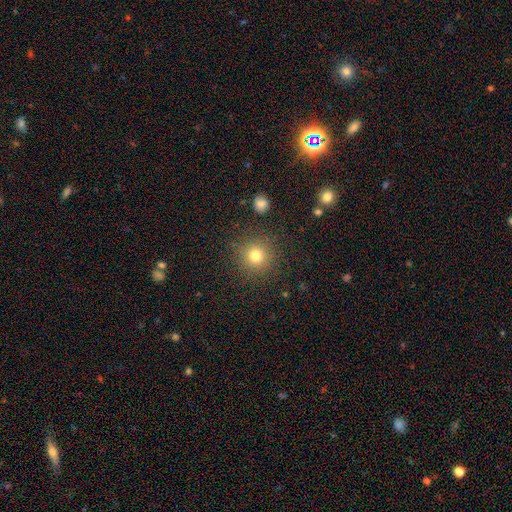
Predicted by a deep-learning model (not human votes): smooth-or-featured: smooth: 78% | star or artifact: 14% | featured or disk: 7%
  how-rounded: round: 95% | in between: 4% | cigar-shaped: 1%
  merging: none: 89% | minor disturbance: 7% | major disturbance: 3% | merger: 2%